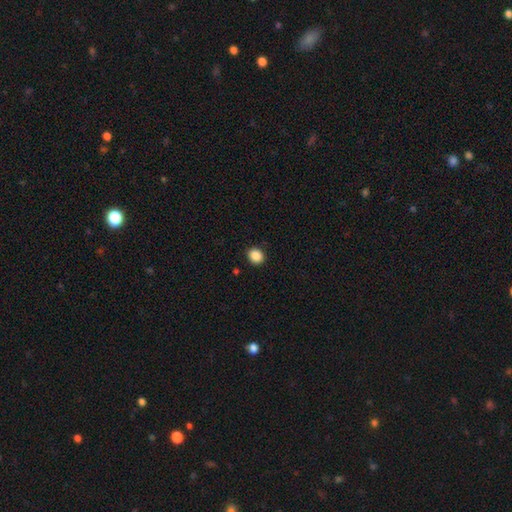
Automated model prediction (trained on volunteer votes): Smooth or featured?
  - smooth: 88% *
  - star or artifact: 9%
  - featured or disk: 3%
How rounded?
  - round: 73% *
  - in between: 26%
  - cigar-shaped: 1%
Merging?
  - none: 91% *
  - minor disturbance: 6%
  - major disturbance: 2%
  - merger: 1%